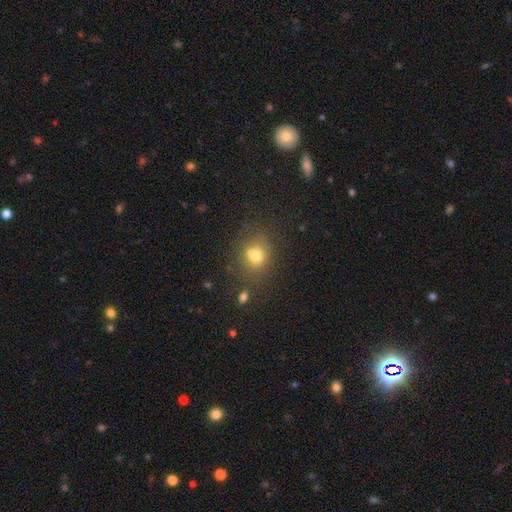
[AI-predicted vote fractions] Overall: smooth (69%). How rounded: round (75%). Merging: none (55%; merger 29%).